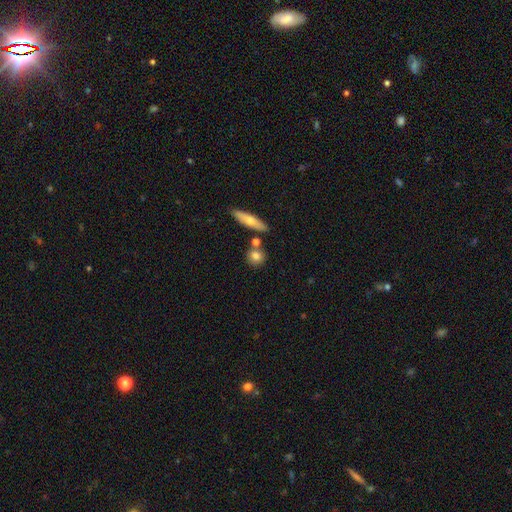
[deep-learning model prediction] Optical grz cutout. It shows a smooth galaxy with no disk features (76%) that is round (71%). Merging: none (71%).